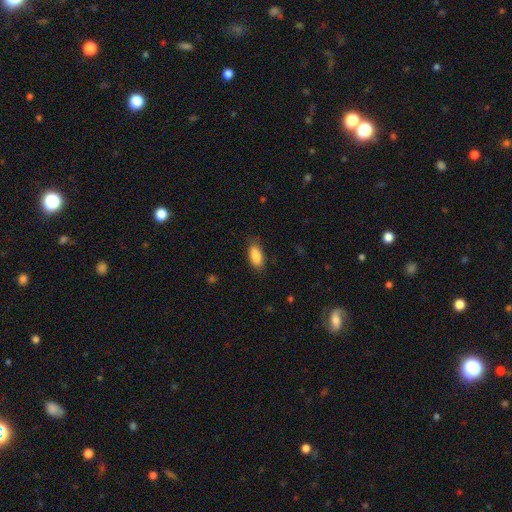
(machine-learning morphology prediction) Overall: smooth (88%). How rounded: in between (89%). Merging: none (82%).